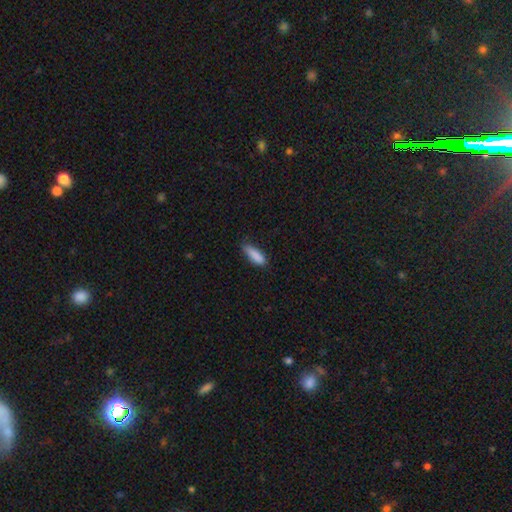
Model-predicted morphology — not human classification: A smooth galaxy with no disk features (87%) that is in between round and cigar-shaped (53%).

Vote fractions:
- Smooth or featured? smooth: 87% / star or artifact: 7% / featured or disk: 6%
- How rounded? in between: 53% / cigar-shaped: 45% / round: 2%
- Merging? none: 59% / minor disturbance: 33% / major disturbance: 6% / merger: 2%